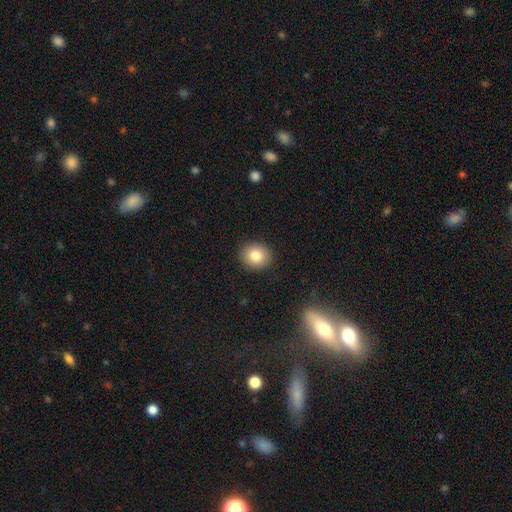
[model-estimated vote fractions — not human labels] A smooth galaxy with no disk features (82%) that is round (73%).

Vote fractions:
- Smooth or featured? smooth: 82% / star or artifact: 9% / featured or disk: 8%
- How rounded? round: 73% / in between: 26% / cigar-shaped: 1%
- Merging? none: 90% / minor disturbance: 7% / major disturbance: 2% / merger: 1%